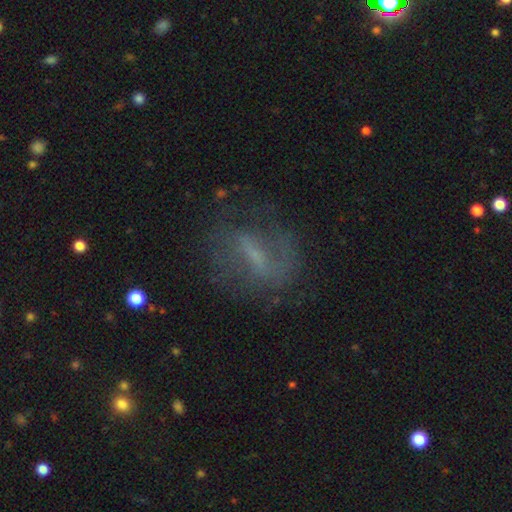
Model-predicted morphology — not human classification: A featured or disk galaxy (63%) with a strong bar (42%), spiral arms (64%) and a small central bulge (47%).

Vote fractions:
- Smooth or featured? featured or disk: 63% / smooth: 25% / star or artifact: 13%
- Edge-on disk? no: 88% / yes: 12%
- Bar? strong: 42% / weak: 41% / no: 18%
- Spiral arms? yes: 64% / no: 36%
- Bulge size? small: 47% / none: 30% / moderate: 19% / large: 3% / dominant: 1%
- Merging? none: 66% / minor disturbance: 18% / major disturbance: 14% / merger: 2%